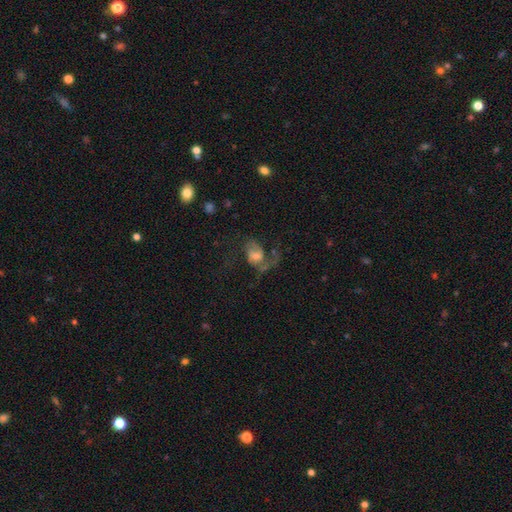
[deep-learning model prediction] smooth_or_featured: featured or disk (p=0.61) [alt: smooth p=0.26]
disk_edge_on: no (p=0.97) [alt: yes p=0.03]
bar: no (p=0.58) [alt: weak p=0.34]
has_spiral_arms: yes (p=0.78) [alt: no p=0.22]
bulge_size: moderate (p=0.37) [alt: small p=0.27]
merging: major disturbance (p=0.47) [alt: none p=0.33]